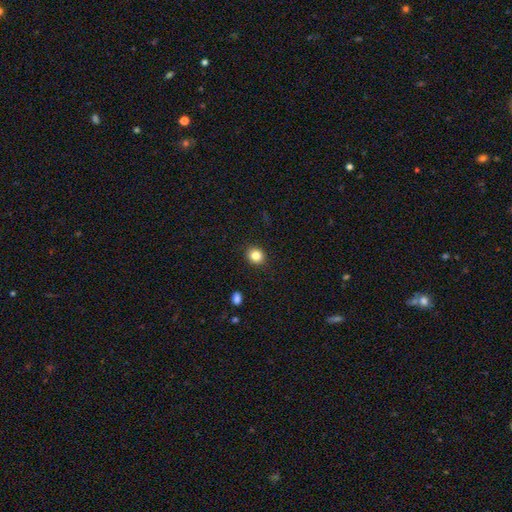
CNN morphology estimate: Q: Smooth or featured?
A: smooth (83%); runner-up: star or artifact (11%)
Q: How rounded?
A: round (76%); runner-up: in between (23%)
Q: Merging?
A: none (91%); runner-up: minor disturbance (6%)